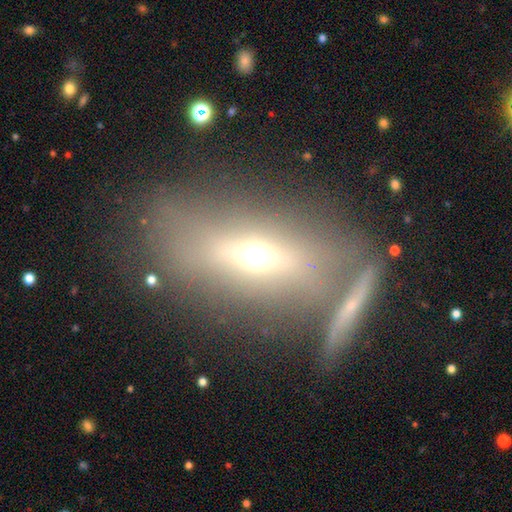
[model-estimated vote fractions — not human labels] featured or disk 45%, smooth 40%, star or artifact 15%. Down the decision tree: merging — none (54%).